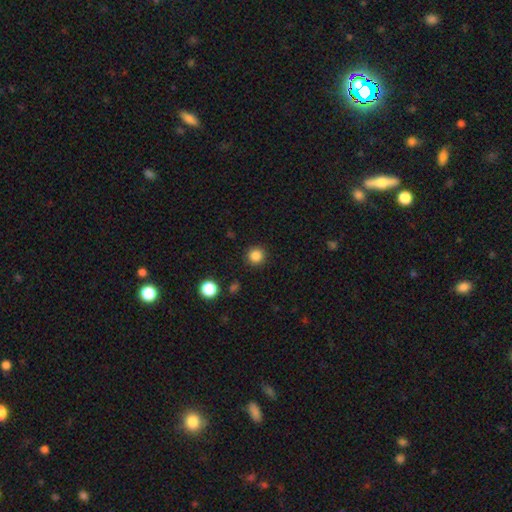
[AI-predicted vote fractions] Morphology: type=smooth (84%); roundness=round (95%); merging=none (91%).